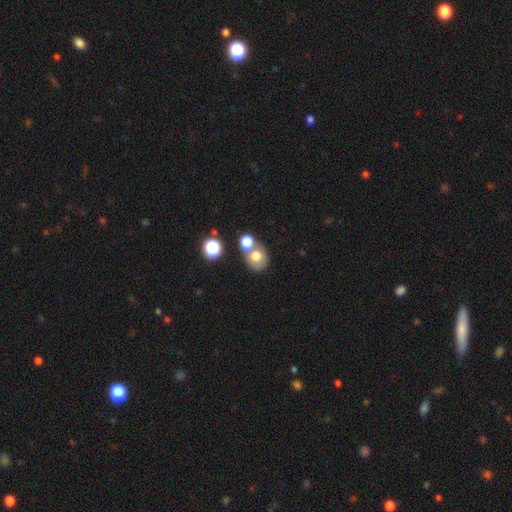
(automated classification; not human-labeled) A smooth galaxy with no disk features (70%) that is round (66%). Merging: none (43%, tied with merger).